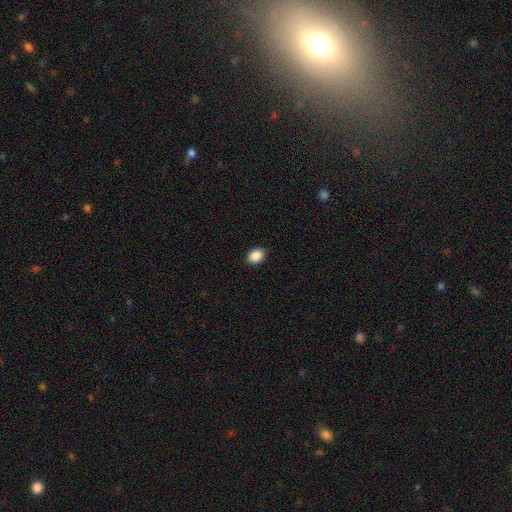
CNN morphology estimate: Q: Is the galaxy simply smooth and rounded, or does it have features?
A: smooth — 89%.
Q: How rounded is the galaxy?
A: in between — 60%.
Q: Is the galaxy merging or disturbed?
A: none — 90%.